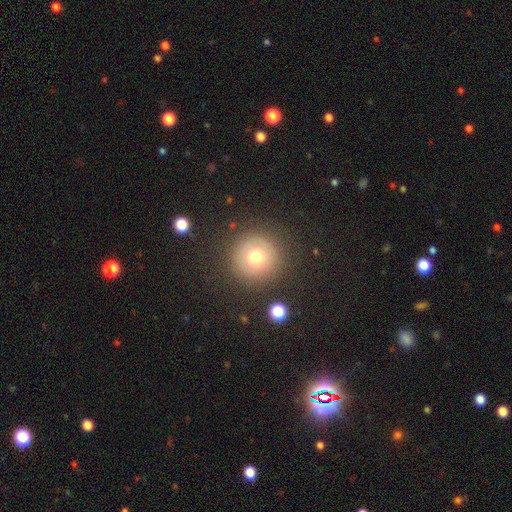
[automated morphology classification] A smooth galaxy with no disk features (68%) that is round (96%).

Vote fractions:
- Smooth or featured? smooth: 68% / featured or disk: 18% / star or artifact: 13%
- How rounded? round: 96% / in between: 3% / cigar-shaped: 1%
- Merging? none: 85% / minor disturbance: 8% / major disturbance: 5% / merger: 2%